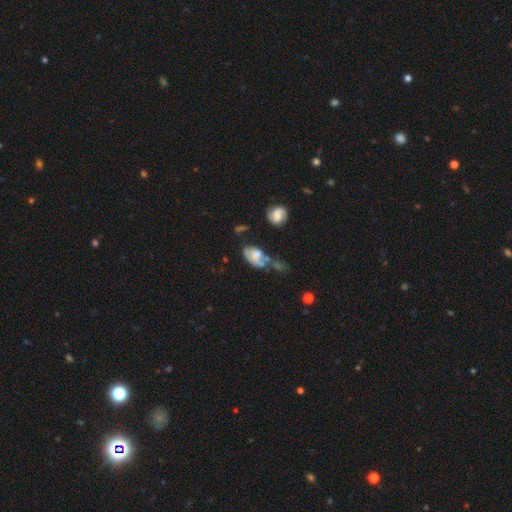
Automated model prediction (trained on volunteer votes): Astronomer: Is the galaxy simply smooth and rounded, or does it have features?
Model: smooth — 48% (runner-up: featured or disk, 43%).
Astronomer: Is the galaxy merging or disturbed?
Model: major disturbance — 27% (runner-up: merger, 25%).